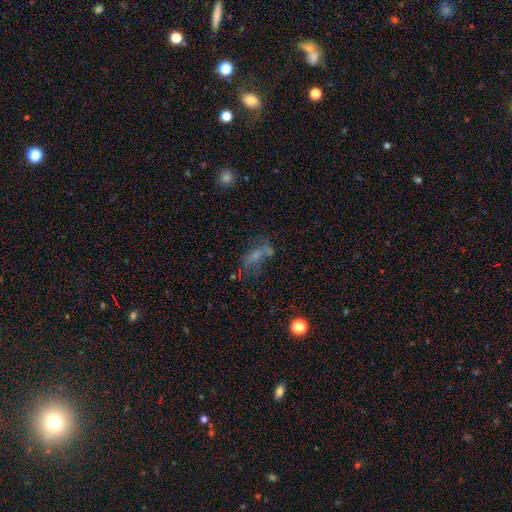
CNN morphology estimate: This appears to be a smooth galaxy with no disk features (45%). Merging: none (39%).